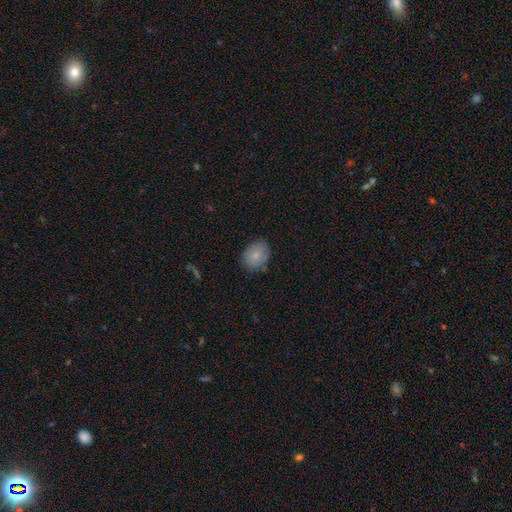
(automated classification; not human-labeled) Smooth or featured: smooth — 80% (featured or disk — 13%)
How rounded: in between — 54% (round — 45%)
Merging: none — 77% (minor disturbance — 18%)